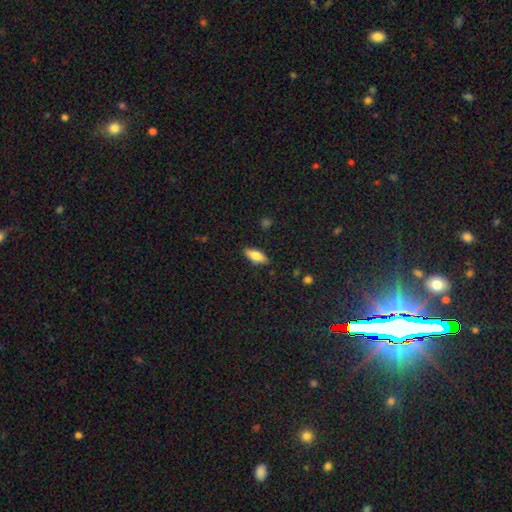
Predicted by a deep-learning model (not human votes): The model was most divided on "smooth or featured": smooth: 69%, featured or disk: 24%, star or artifact: 7%. More confident: merging — none (85%); how rounded — in between (73%).